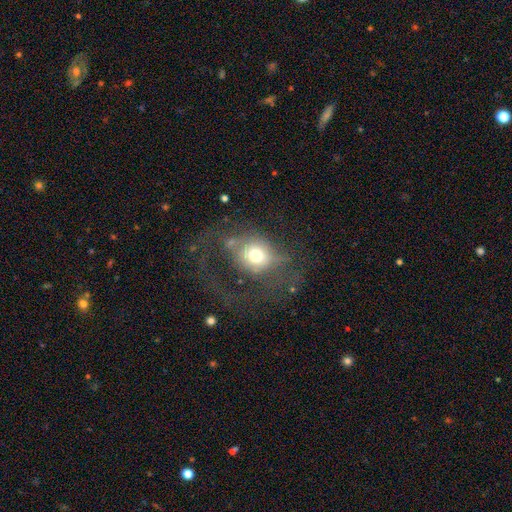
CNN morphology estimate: Smooth or featured: smooth — 57% (featured or disk — 29%)
How rounded: round — 70% (in between — 28%)
Merging: major disturbance — 45% (none — 33%)